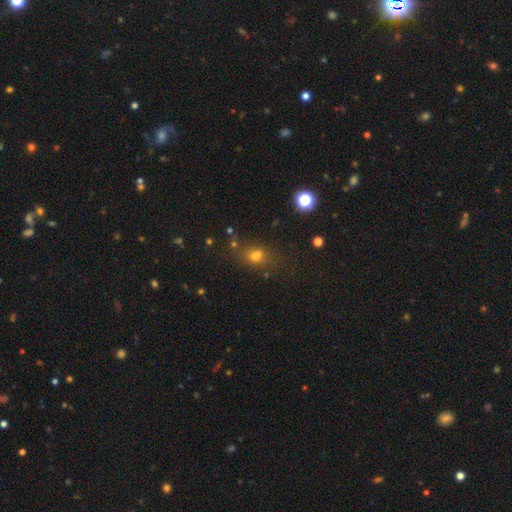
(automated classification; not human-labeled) Smooth or featured: smooth — 66% (star or artifact — 23%)
How rounded: in between — 55% (round — 43%)
Merging: none — 62% (merger — 15%)